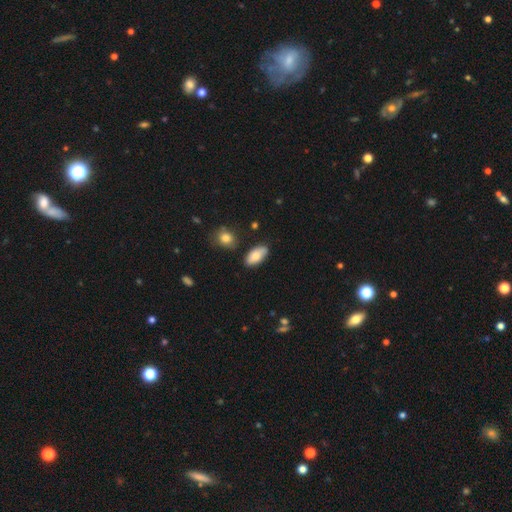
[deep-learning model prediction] A smooth galaxy with no disk features (76%) that is in between round and cigar-shaped (91%).

Vote fractions:
- Smooth or featured? smooth: 76% / featured or disk: 17% / star or artifact: 7%
- How rounded? in between: 91% / cigar-shaped: 5% / round: 3%
- Merging? none: 77% / minor disturbance: 17% / merger: 3% / major disturbance: 3%